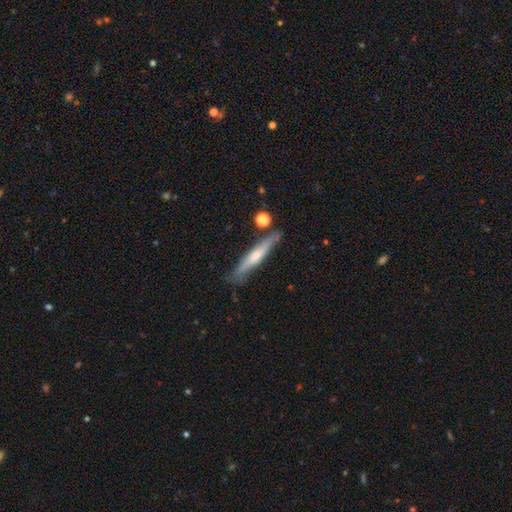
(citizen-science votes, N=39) Smooth or featured: featured or disk — 56% (smooth — 41%)
Edge-on disk: yes — 95% (no — 5%)
Edge-on bulge: rounded — 71% (none — 19%)
Merging: minor disturbance — 53% (none — 39%)